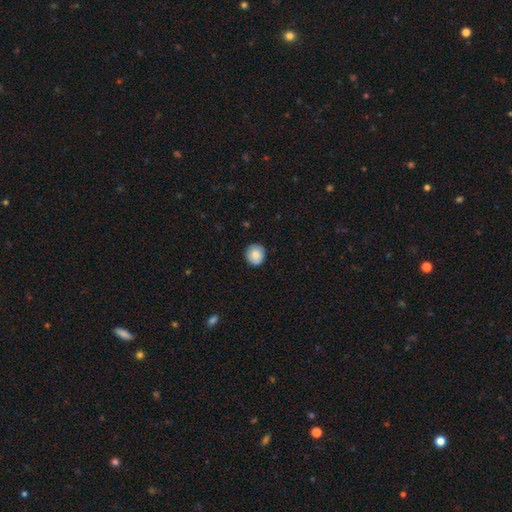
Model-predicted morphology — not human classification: A smooth galaxy with no disk features (85%) that is round (91%). Merging: none (87%).